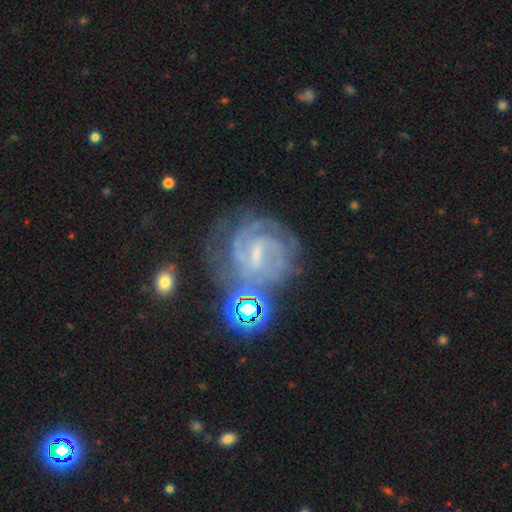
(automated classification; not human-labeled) A featured or disk galaxy (82%) with a weak bar (53%), tight (56%) spiral arms (93%) and a small central bulge (55%). Merging: none (60%).